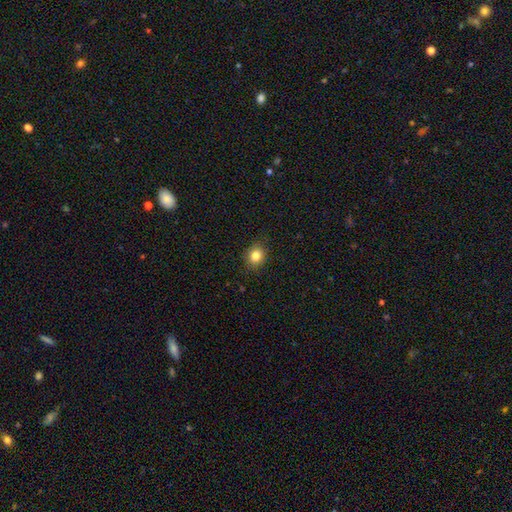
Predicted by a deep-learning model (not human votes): A smooth galaxy with no disk features (83%) that is round (67%). Merging: none (88%).